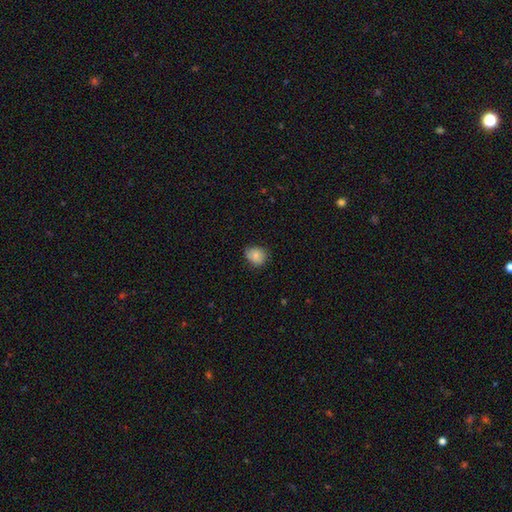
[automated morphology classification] smooth-or-featured: smooth: 79% | featured or disk: 12% | star or artifact: 9%
  how-rounded: round: 63% | in between: 36% | cigar-shaped: 1%
  merging: none: 67% | minor disturbance: 27% | major disturbance: 5% | merger: 1%